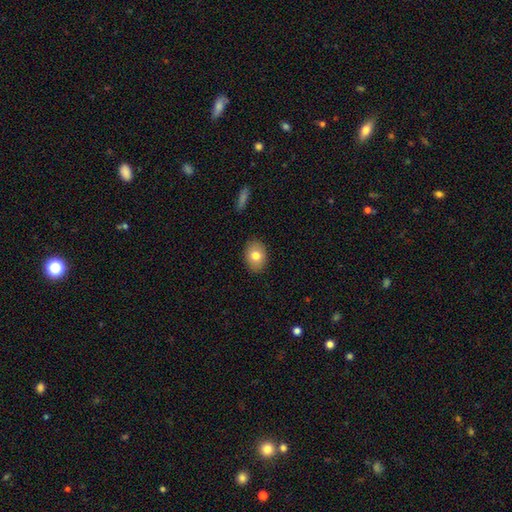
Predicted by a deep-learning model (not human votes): This appears to be a smooth galaxy with no disk features (79%) that is in between round and cigar-shaped (68%). Merging: none (89%).